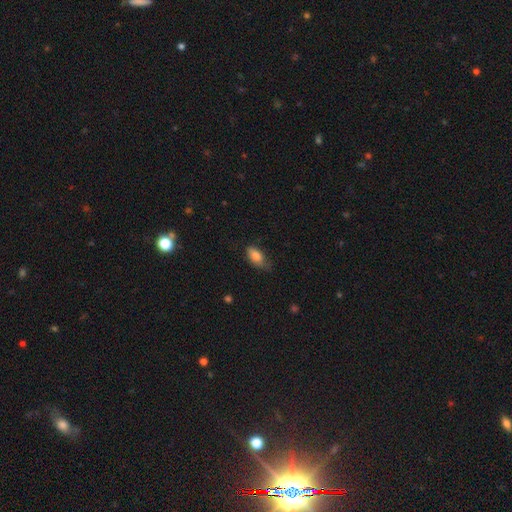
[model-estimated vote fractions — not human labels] smooth 82%, featured or disk 10%, star or artifact 7%. Down the decision tree: how rounded — in between (89%); merging — none (53%).